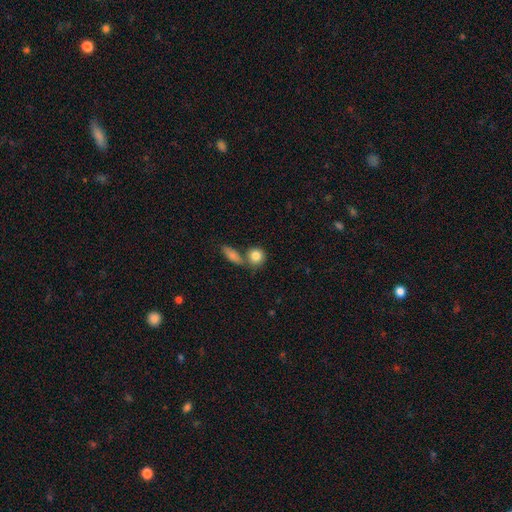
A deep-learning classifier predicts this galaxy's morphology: Smooth or featured?
  - smooth: 84% *
  - featured or disk: 9%
  - star or artifact: 8%
How rounded?
  - round: 78% *
  - in between: 19%
  - cigar-shaped: 3%
Merging?
  - none: 56% *
  - merger: 30%
  - minor disturbance: 10%
  - major disturbance: 4%